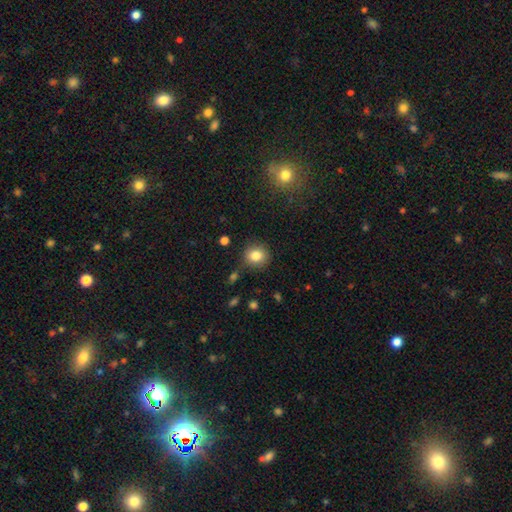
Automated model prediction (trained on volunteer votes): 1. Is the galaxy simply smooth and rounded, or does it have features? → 83% smooth, 10% star or artifact, 7% featured or disk.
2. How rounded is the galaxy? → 85% round, 14% in between, 1% cigar-shaped.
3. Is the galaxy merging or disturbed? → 84% none, 10% minor disturbance, 3% major disturbance, 3% merger.